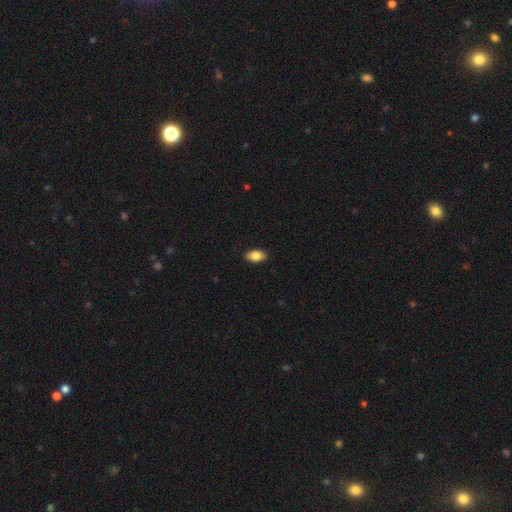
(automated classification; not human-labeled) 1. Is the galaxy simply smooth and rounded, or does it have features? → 85% smooth, 7% star or artifact, 7% featured or disk.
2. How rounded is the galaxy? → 91% in between, 7% round, 2% cigar-shaped.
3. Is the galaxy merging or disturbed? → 89% none, 8% minor disturbance, 2% major disturbance, 1% merger.